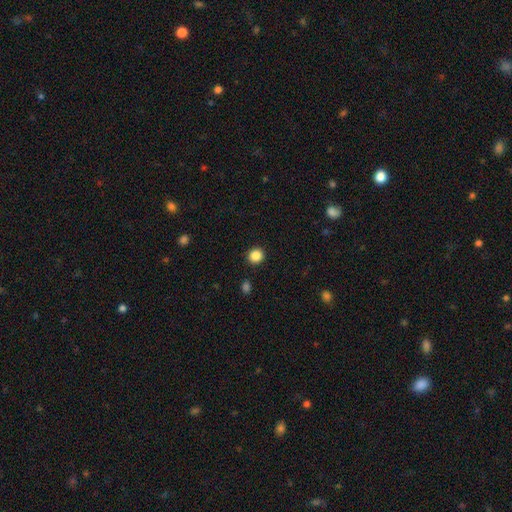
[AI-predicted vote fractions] Overall: smooth (87%). How rounded: round (90%). Merging: none (92%).